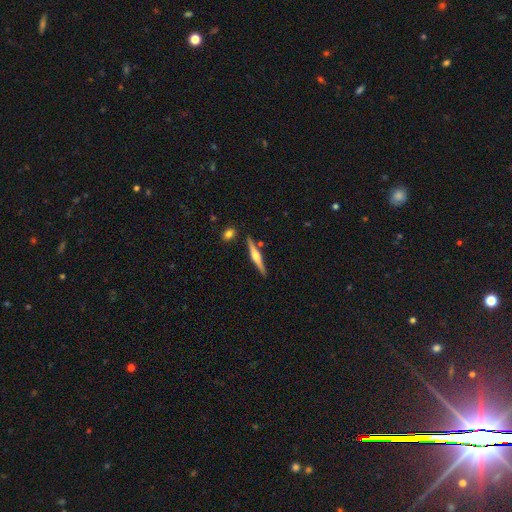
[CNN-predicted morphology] Q: Smooth or featured?
A: featured or disk (70%); runner-up: smooth (25%)
Q: Edge-on disk?
A: yes (98%); runner-up: no (2%)
Q: Edge-on bulge?
A: rounded (90%); runner-up: boxy (6%)
Q: Merging?
A: none (87%); runner-up: minor disturbance (8%)